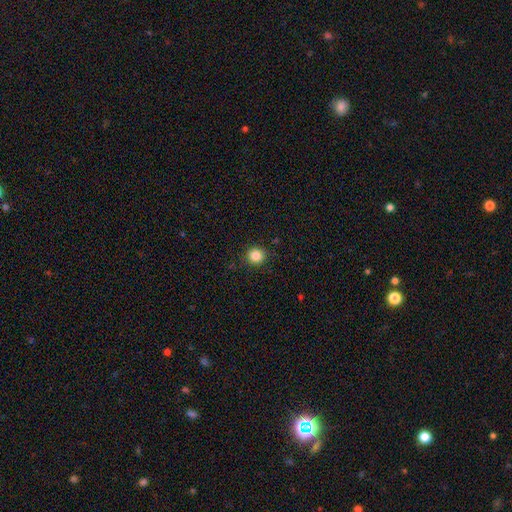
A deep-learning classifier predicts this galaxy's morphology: A smooth galaxy with no disk features (85%) that is round (92%).

Vote fractions:
- Smooth or featured? smooth: 85% / star or artifact: 11% / featured or disk: 4%
- How rounded? round: 92% / in between: 7% / cigar-shaped: 1%
- Merging? none: 91% / minor disturbance: 6% / major disturbance: 2% / merger: 1%